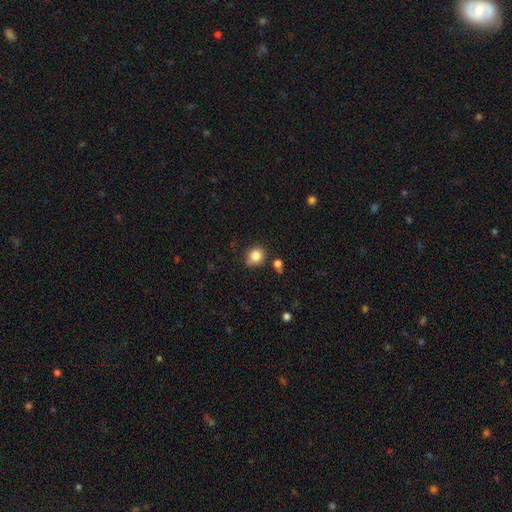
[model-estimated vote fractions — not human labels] smooth_or_featured: smooth (p=0.83) [alt: star or artifact p=0.11]
how_rounded: round (p=0.70) [alt: in between p=0.29]
merging: none (p=0.68) [alt: minor disturbance p=0.20]